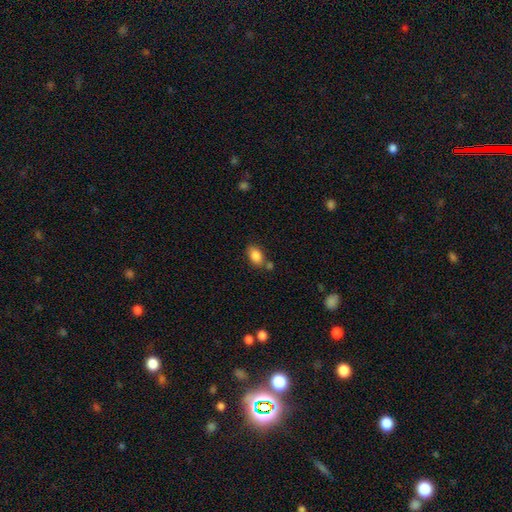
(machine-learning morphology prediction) Smooth or featured?
  - smooth: 86% *
  - star or artifact: 8%
  - featured or disk: 6%
How rounded?
  - in between: 88% *
  - round: 11%
  - cigar-shaped: 2%
Merging?
  - none: 65% *
  - merger: 16%
  - minor disturbance: 15%
  - major disturbance: 4%